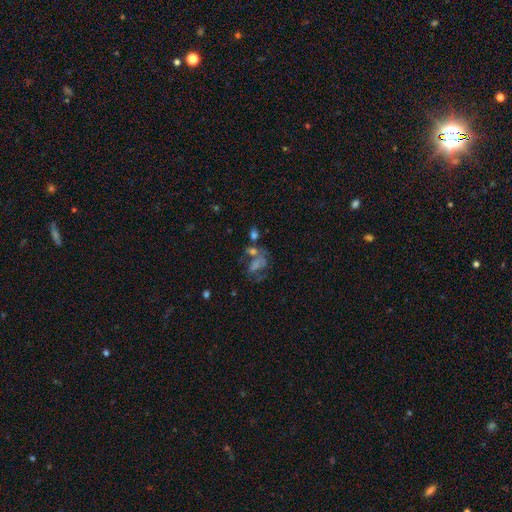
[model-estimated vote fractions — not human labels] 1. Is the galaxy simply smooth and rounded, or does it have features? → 44% featured or disk, 29% smooth, 28% star or artifact.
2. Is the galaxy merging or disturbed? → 42% none, 21% merger, 20% major disturbance, 17% minor disturbance.